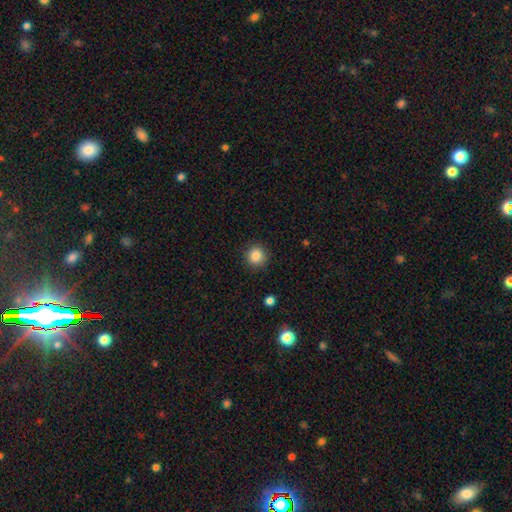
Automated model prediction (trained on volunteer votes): smooth_or_featured: smooth (p=0.85) [alt: star or artifact p=0.10]
how_rounded: round (p=0.92) [alt: in between p=0.07]
merging: none (p=0.90) [alt: minor disturbance p=0.06]